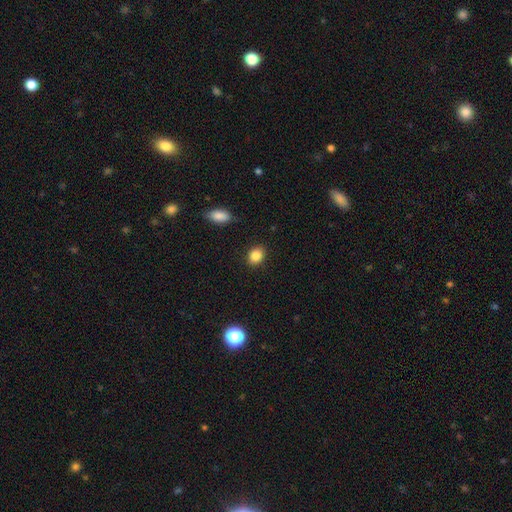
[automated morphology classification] smooth-or-featured: smooth: 86% | star or artifact: 9% | featured or disk: 5%
  how-rounded: in between: 55% | round: 44% | cigar-shaped: 1%
  merging: none: 88% | minor disturbance: 8% | major disturbance: 2% | merger: 2%